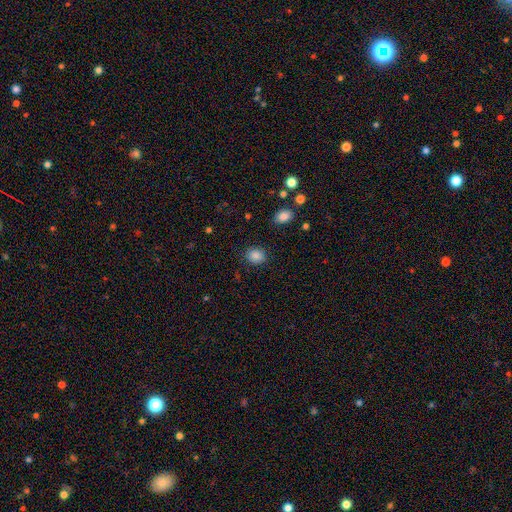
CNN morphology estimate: smooth_or_featured: smooth (p=0.86) [alt: star or artifact p=0.10]
how_rounded: round (p=0.62) [alt: in between p=0.37]
merging: none (p=0.86) [alt: minor disturbance p=0.09]